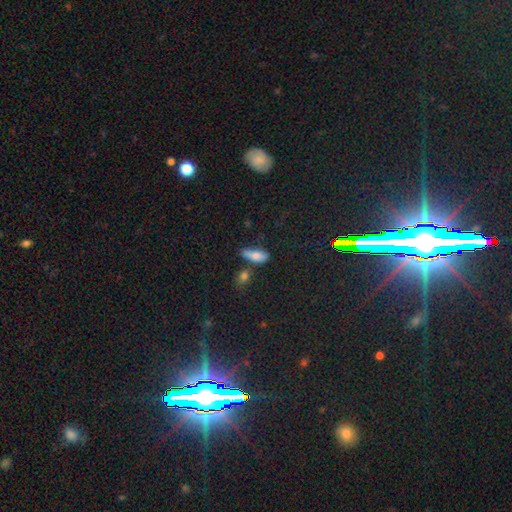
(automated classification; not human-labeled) Overall: smooth (74%). How rounded: in between (73%). Merging: none (41%; minor disturbance 26%).